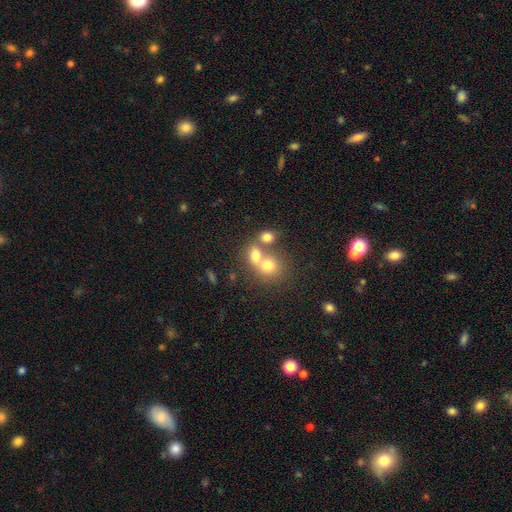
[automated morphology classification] Q: Smooth or featured?
A: smooth (71%); runner-up: featured or disk (16%)
Q: How rounded?
A: round (56%); runner-up: in between (43%)
Q: Merging?
A: merger (55%); runner-up: none (33%)